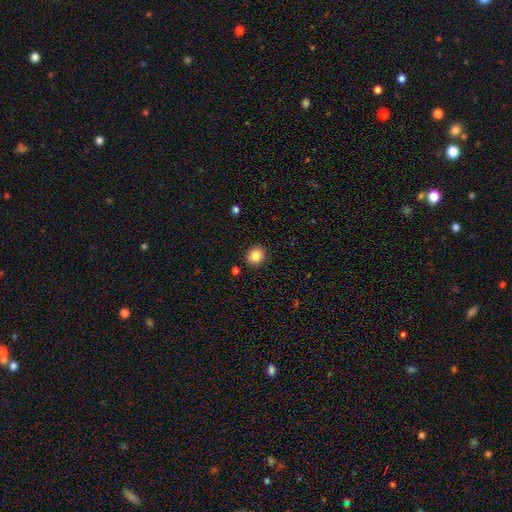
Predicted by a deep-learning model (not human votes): Smooth or featured: smooth — 85% (star or artifact — 9%)
How rounded: round — 83% (in between — 16%)
Merging: none — 90% (minor disturbance — 6%)